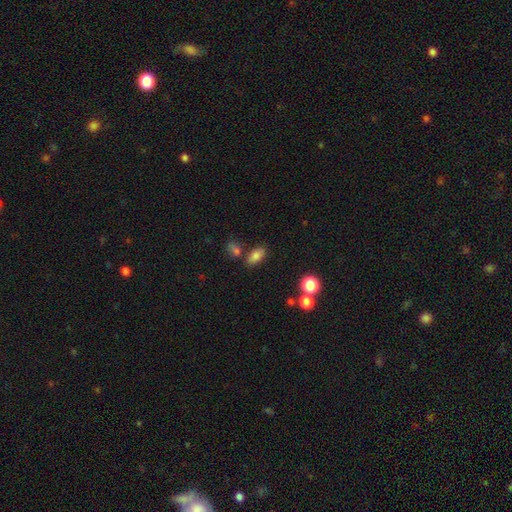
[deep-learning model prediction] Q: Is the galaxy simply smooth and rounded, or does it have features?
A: smooth — 79%.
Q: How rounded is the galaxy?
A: in between — 87%.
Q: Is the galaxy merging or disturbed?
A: none — 72%.